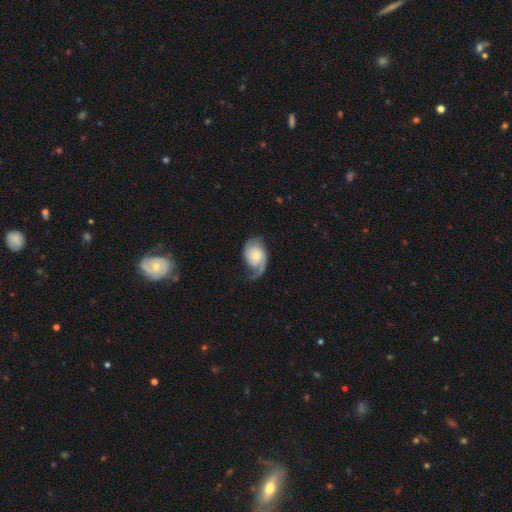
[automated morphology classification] A featured or disk galaxy (77%) with no bar (67%), 2 (72%) medium (42%) spiral arms (95%) and a small central bulge (40%).

Vote fractions:
- Smooth or featured? featured or disk: 77% / smooth: 17% / star or artifact: 6%
- Edge-on disk? no: 97% / yes: 3%
- Bar? no: 67% / weak: 28% / strong: 5%
- Spiral arms? yes: 95% / no: 5%
- Spiral winding? medium: 42% / loose: 33% / tight: 25%
- Spiral arm count? 2: 72% / 1: 19% / can't tell: 5% / 3: 2% / 4: 1% / more than 4: 1%
- Bulge size? small: 40% / moderate: 39% / large: 11% / none: 7% / dominant: 3%
- Merging? none: 53% / minor disturbance: 25% / major disturbance: 21% / merger: 2%